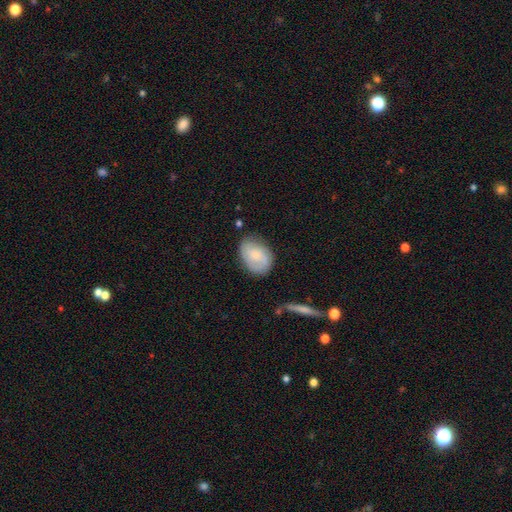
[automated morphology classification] smooth-or-featured: smooth: 54% | featured or disk: 39% | star or artifact: 7%
  how-rounded: in between: 75% | round: 24% | cigar-shaped: 1%
  merging: none: 72% | minor disturbance: 20% | major disturbance: 6% | merger: 2%